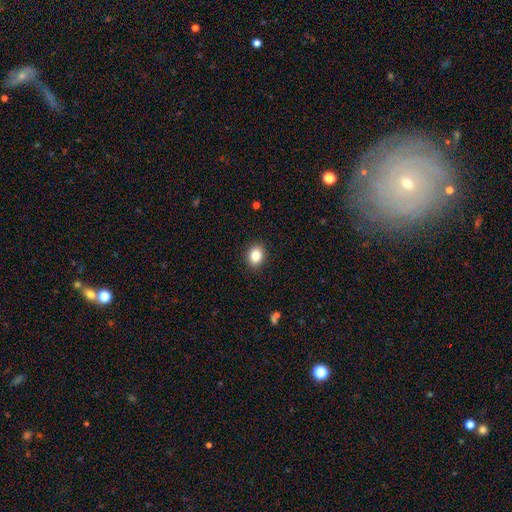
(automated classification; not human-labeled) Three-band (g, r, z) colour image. It shows a smooth galaxy with no disk features (85%) that is in between round and cigar-shaped (55%). Merging: none (90%).